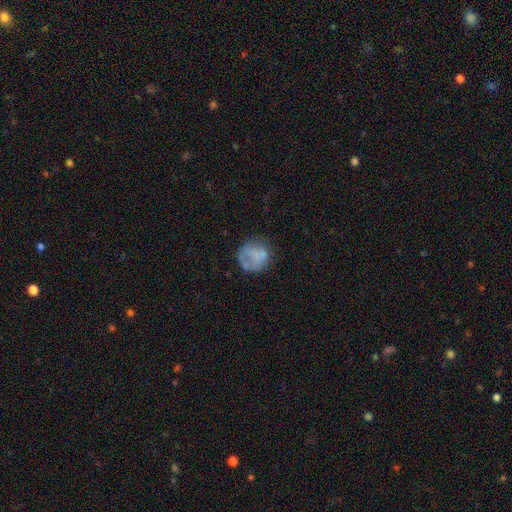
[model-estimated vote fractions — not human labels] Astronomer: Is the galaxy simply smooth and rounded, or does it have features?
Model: smooth — 62%.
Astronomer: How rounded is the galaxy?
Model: round — 88%.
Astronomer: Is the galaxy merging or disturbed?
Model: none — 58%.